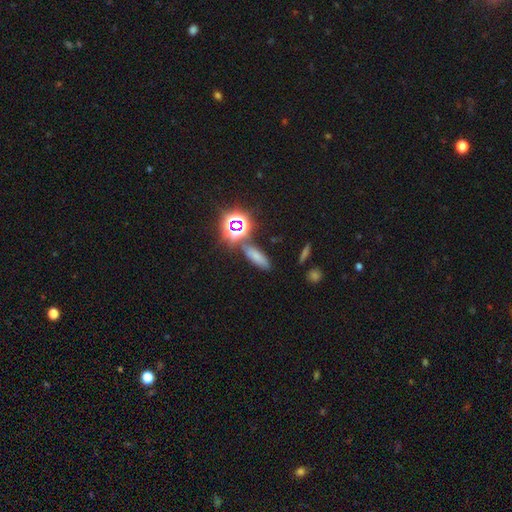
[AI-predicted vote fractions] Smooth or featured?
  - smooth: 60% *
  - star or artifact: 28%
  - featured or disk: 11%
How rounded?
  - in between: 50% *
  - cigar-shaped: 41%
  - round: 10%
Merging?
  - none: 75% *
  - minor disturbance: 12%
  - merger: 9%
  - major disturbance: 4%